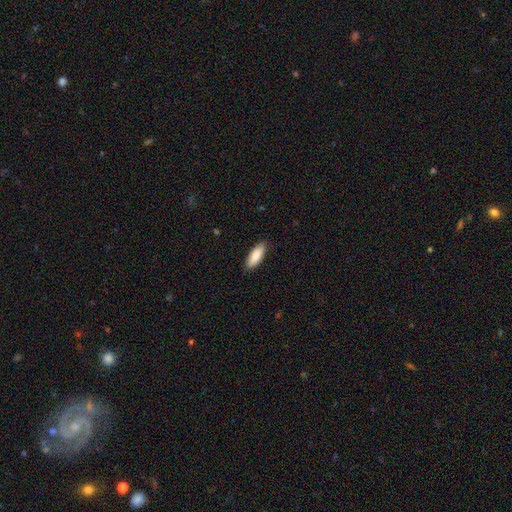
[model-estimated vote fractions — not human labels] A smooth galaxy with no disk features (87%) that is in between round and cigar-shaped (70%). Merging: none (86%).